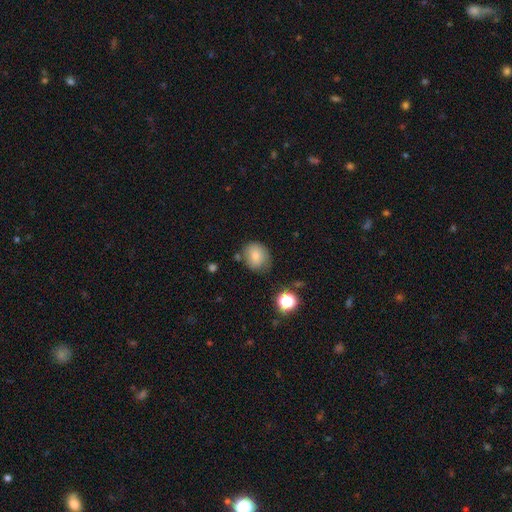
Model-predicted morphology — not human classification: smooth-or-featured: smooth: 78% | star or artifact: 11% | featured or disk: 11%
  how-rounded: round: 65% | in between: 35% | cigar-shaped: 1%
  merging: none: 67% | minor disturbance: 22% | major disturbance: 6% | merger: 5%